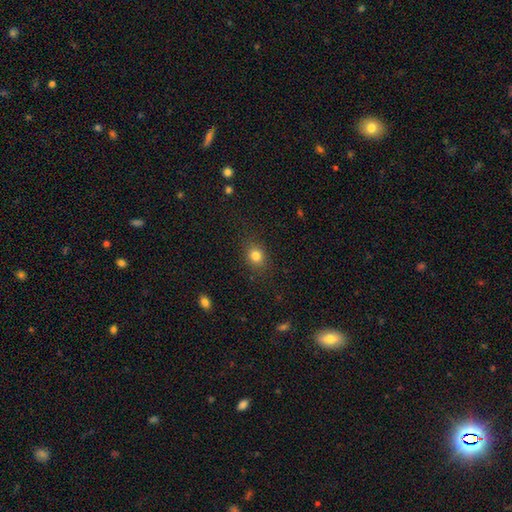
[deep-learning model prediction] smooth-or-featured: smooth: 81% | star or artifact: 12% | featured or disk: 7%
  how-rounded: round: 64% | in between: 35% | cigar-shaped: 1%
  merging: none: 85% | minor disturbance: 10% | major disturbance: 4% | merger: 1%